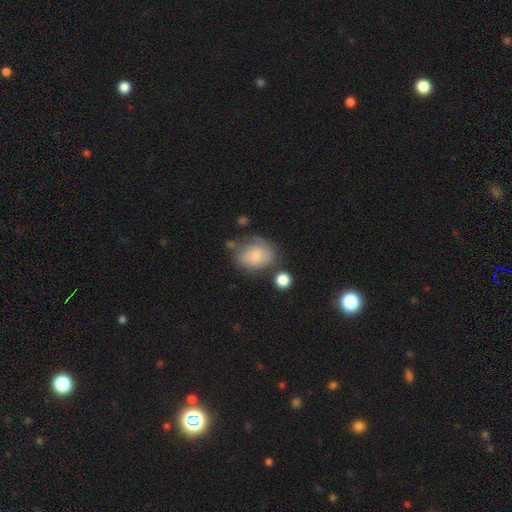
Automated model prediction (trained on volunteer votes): Q: Smooth or featured?
A: smooth (62%); runner-up: featured or disk (31%)
Q: How rounded?
A: in between (51%); runner-up: round (48%)
Q: Merging?
A: none (46%); runner-up: minor disturbance (29%)